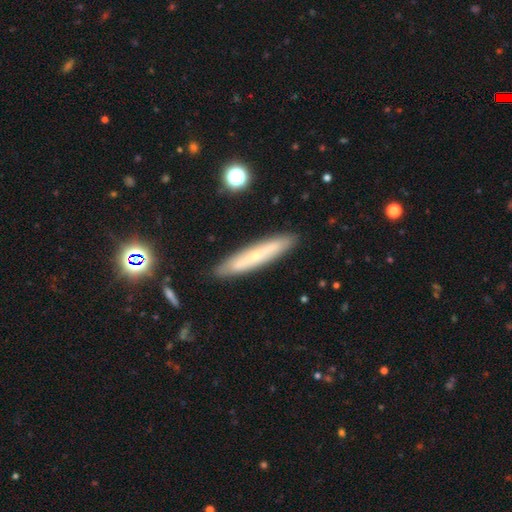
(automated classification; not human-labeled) Smooth or featured?
  - smooth: 47% *
  - featured or disk: 45%
  - star or artifact: 8%
Merging?
  - none: 88% *
  - minor disturbance: 9%
  - major disturbance: 2%
  - merger: 1%